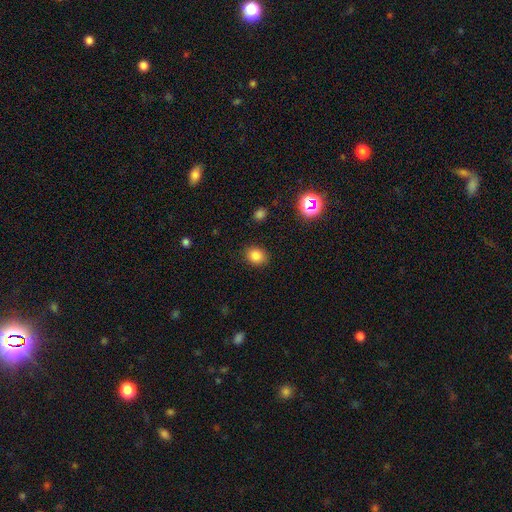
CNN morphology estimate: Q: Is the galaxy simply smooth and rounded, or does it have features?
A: smooth — 82%.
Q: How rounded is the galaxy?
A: round — 61%.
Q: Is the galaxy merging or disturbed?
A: none — 87%.